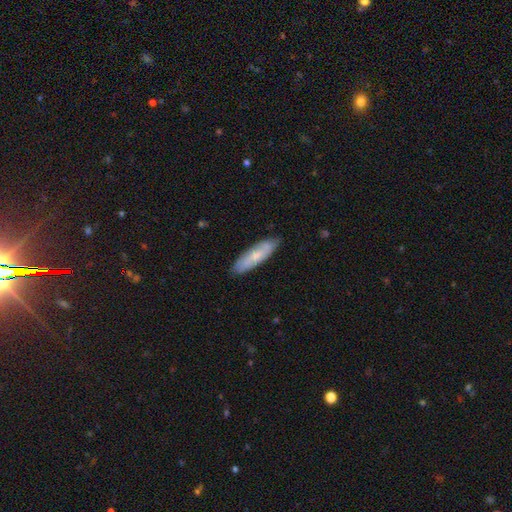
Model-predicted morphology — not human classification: Smooth or featured: smooth — 54% (featured or disk — 40%)
How rounded: cigar-shaped — 60% (in between — 39%)
Merging: none — 84% (minor disturbance — 13%)